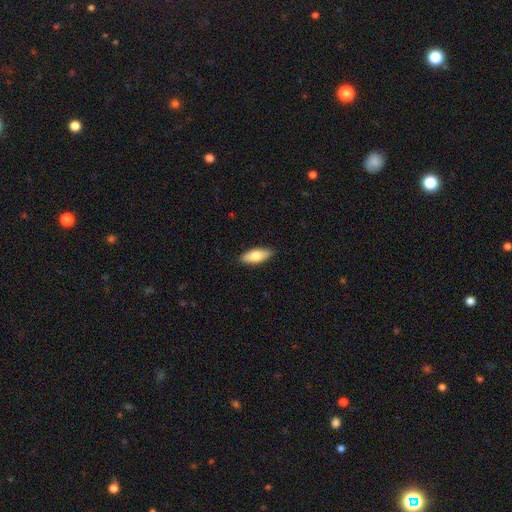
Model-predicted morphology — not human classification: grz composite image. It shows a smooth galaxy with no disk features (74%) that is in between round and cigar-shaped (75%). Merging: none (89%).